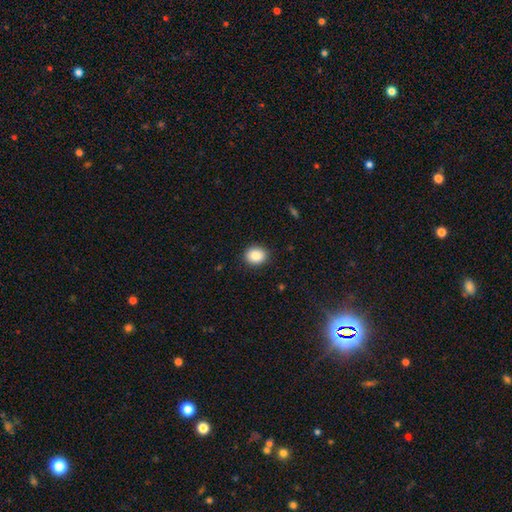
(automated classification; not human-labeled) Smooth or featured: smooth — 87% (star or artifact — 9%)
How rounded: round — 64% (in between — 35%)
Merging: none — 89% (minor disturbance — 7%)